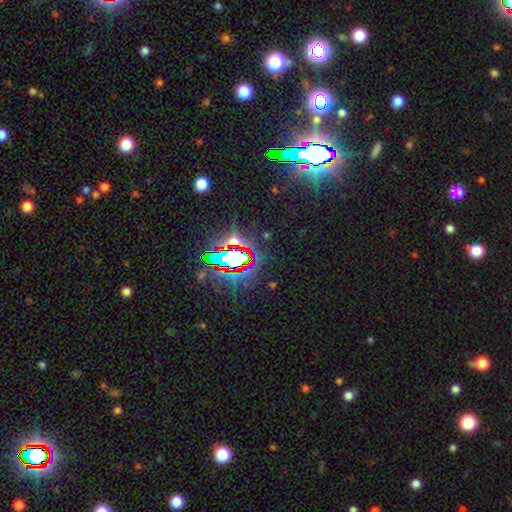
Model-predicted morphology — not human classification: type=star or artifact (83%).